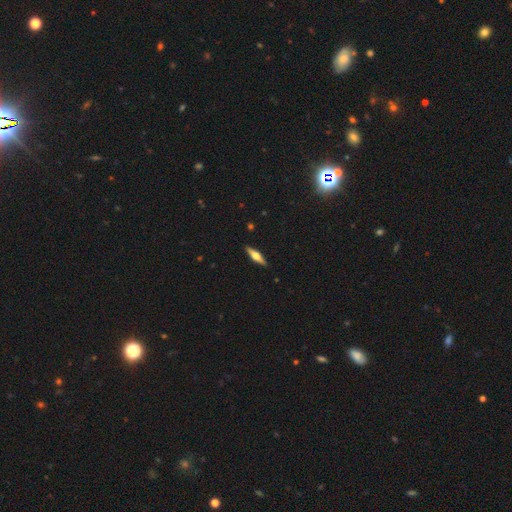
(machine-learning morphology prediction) Smooth or featured? Predicted: featured or disk (p=0.61). Edge-on disk? Predicted: yes (p=0.96). Edge-on bulge? Predicted: rounded (p=0.93). Merging? Predicted: none (p=0.91).